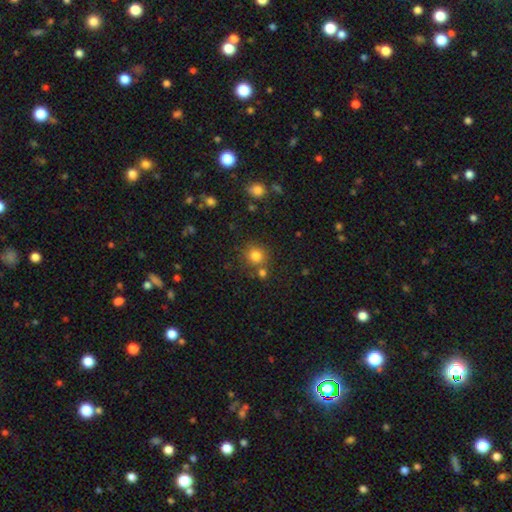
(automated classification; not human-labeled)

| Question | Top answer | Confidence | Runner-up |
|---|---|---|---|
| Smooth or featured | smooth | 80% | star or artifact (13%) |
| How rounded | round | 90% | in between (9%) |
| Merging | none | 74% | merger (13%) |